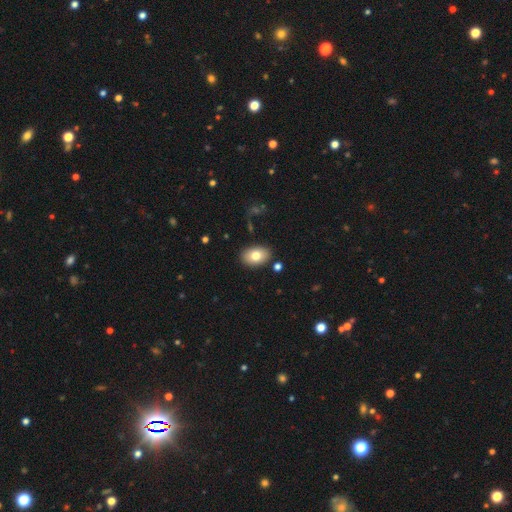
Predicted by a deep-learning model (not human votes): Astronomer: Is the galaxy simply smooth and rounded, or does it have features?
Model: smooth — 78%.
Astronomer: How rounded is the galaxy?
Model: in between — 84%.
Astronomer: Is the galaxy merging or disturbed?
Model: none — 86%.